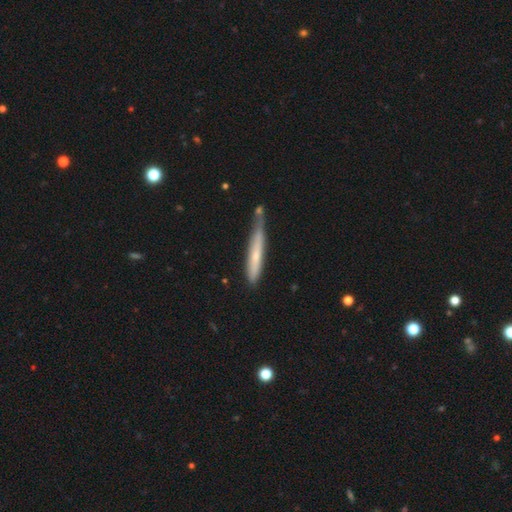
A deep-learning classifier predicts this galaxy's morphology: Smooth or featured?
  - smooth: 56% *
  - featured or disk: 38%
  - star or artifact: 6%
How rounded?
  - cigar-shaped: 94% *
  - in between: 4%
  - round: 1%
Merging?
  - none: 52% *
  - minor disturbance: 28%
  - merger: 12%
  - major disturbance: 7%